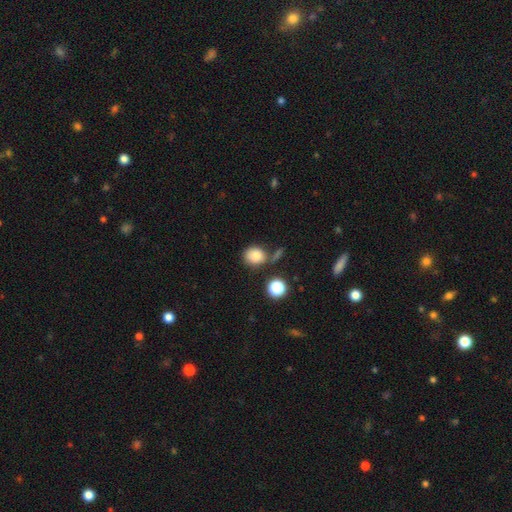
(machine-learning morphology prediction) A smooth galaxy with no disk features (81%) that is round (69%). Merging: none (60%).